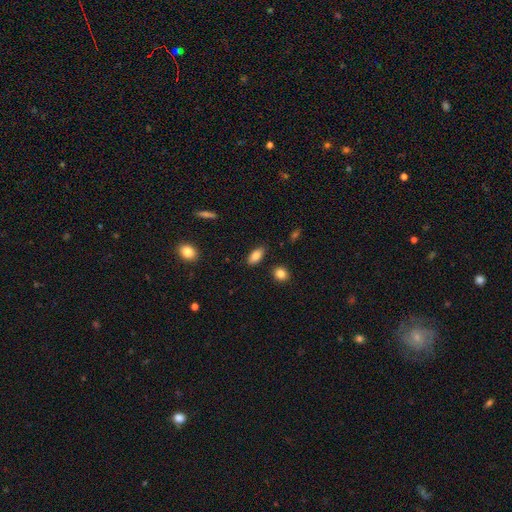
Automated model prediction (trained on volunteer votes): This appears to be a smooth galaxy with no disk features (83%) that is in between round and cigar-shaped (86%). Merging: none (85%).